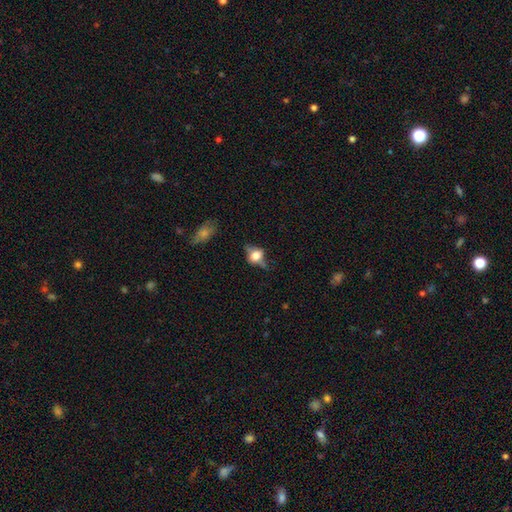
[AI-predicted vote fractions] A smooth galaxy with no disk features (53%) that is in between round and cigar-shaped (50%). Merging: none (54%).